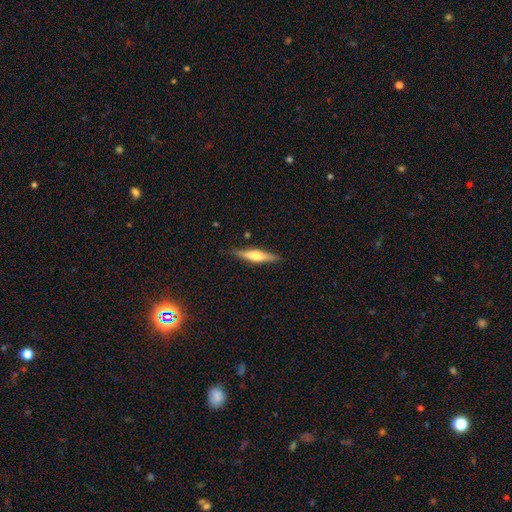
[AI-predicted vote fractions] Smooth or featured? featured or disk (51%)
Edge-on disk? yes (94%)
Merging? none (86%)